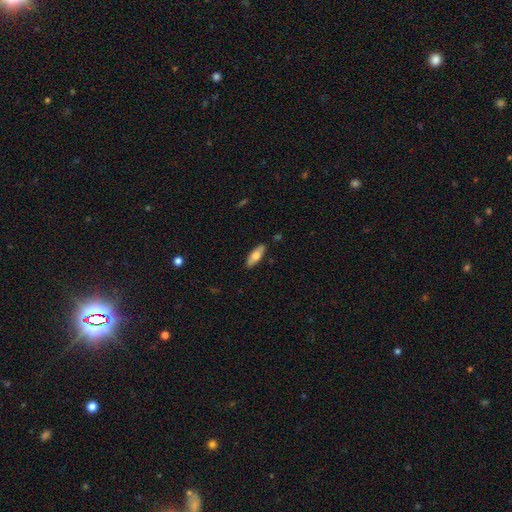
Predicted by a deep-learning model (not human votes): Smooth or featured? smooth (65%)
How rounded? in between (66%)
Merging? none (86%)